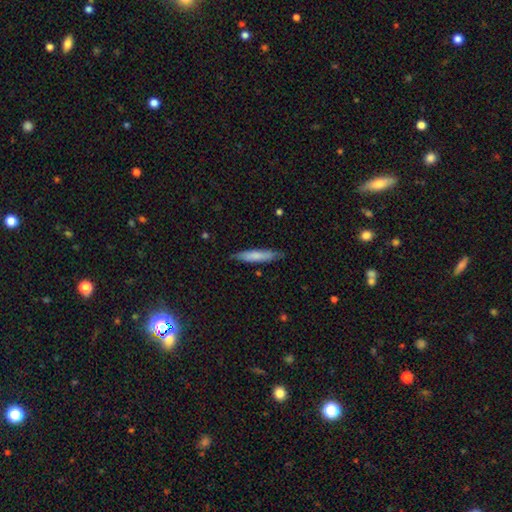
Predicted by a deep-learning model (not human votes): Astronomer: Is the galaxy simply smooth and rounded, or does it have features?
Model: smooth — 72%.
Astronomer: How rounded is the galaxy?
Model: cigar-shaped — 88%.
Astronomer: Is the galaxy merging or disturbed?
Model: none — 81%.